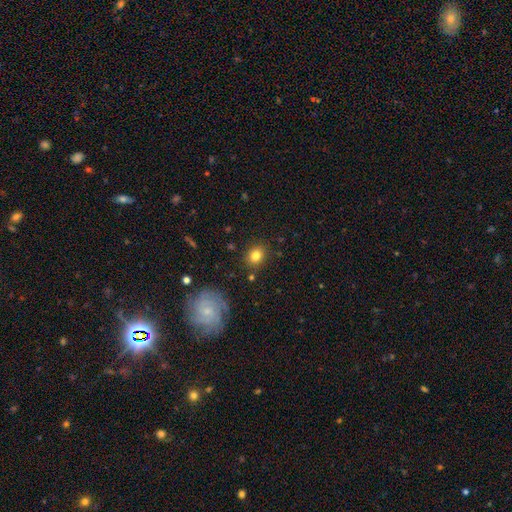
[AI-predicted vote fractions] smooth 81%, star or artifact 10%, featured or disk 9%. Down the decision tree: how rounded — round (63%); merging — none (85%).